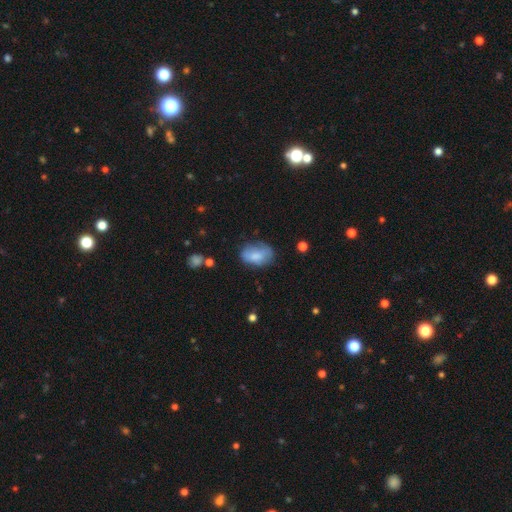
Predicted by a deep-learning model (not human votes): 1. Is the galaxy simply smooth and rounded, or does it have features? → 73% smooth, 19% featured or disk, 8% star or artifact.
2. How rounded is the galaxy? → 87% in between, 12% round, 1% cigar-shaped.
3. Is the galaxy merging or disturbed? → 56% none, 30% minor disturbance, 11% major disturbance, 3% merger.